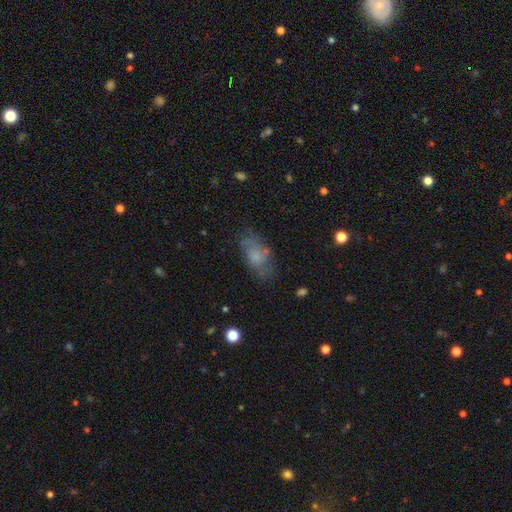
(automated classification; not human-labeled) A smooth galaxy with no disk features (56%) that is in between round and cigar-shaped (87%). Merging: none (64%).